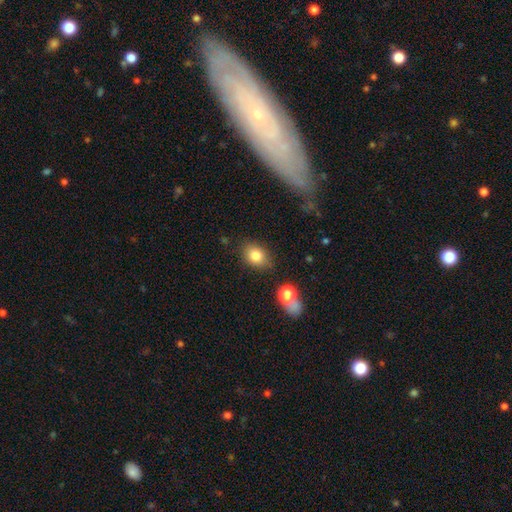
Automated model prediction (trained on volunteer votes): This is clearly a smooth galaxy (83%). How rounded: likely in between (64%). Merging: likely none (77%).